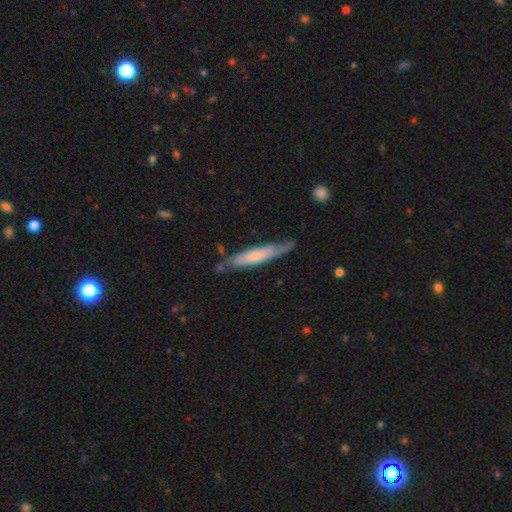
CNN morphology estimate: This appears to be a smooth galaxy with no disk features (58%) that is cigar-shaped (89%). Merging: none (72%).